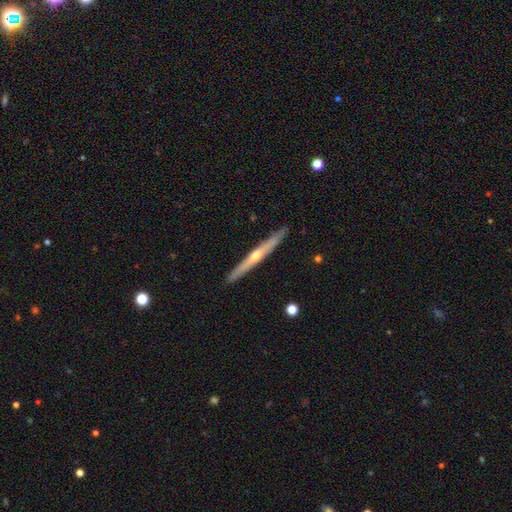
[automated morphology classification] This appears to be a featured or disk galaxy (70%) viewed edge-on (97%) with a rounded central bulge (76%). Merging: none (92%).